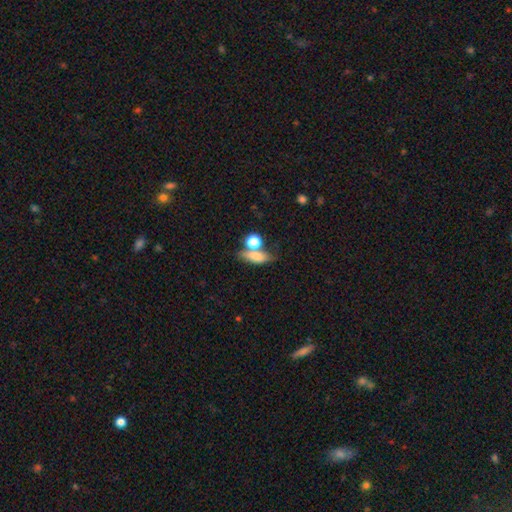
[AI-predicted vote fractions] The model was most divided on "merging": none: 47%, merger: 31%, minor disturbance: 14%, major disturbance: 8%. More confident: smooth or featured — smooth (73%); how rounded — in between (58%).